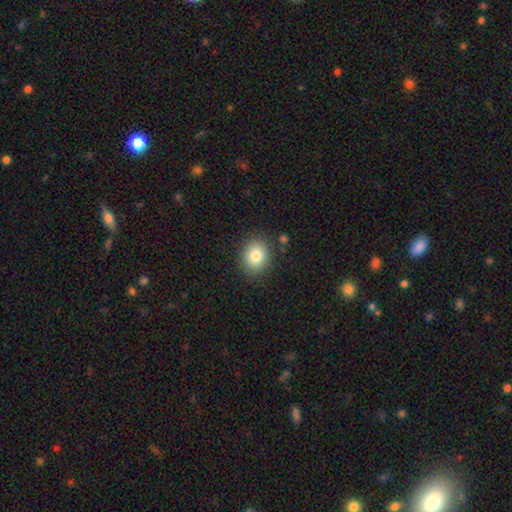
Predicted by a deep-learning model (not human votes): Smooth or featured? Predicted: smooth (p=0.83). How rounded? Predicted: round (p=0.60). Merging? Predicted: none (p=0.87).